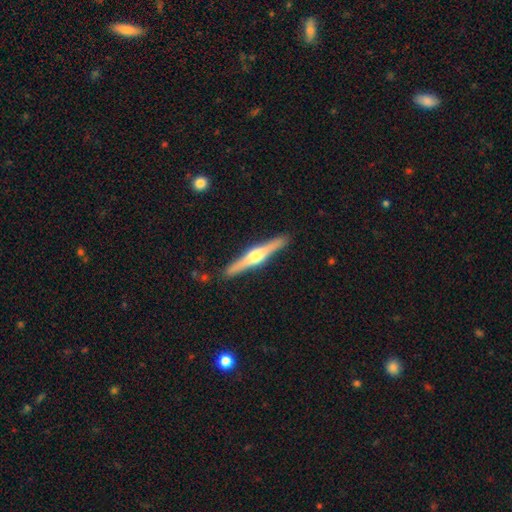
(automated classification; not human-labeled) Smooth or featured? Predicted: featured or disk (p=0.74). Edge-on disk? Predicted: yes (p=0.98). Edge-on bulge? Predicted: rounded (p=0.91). Merging? Predicted: none (p=0.90).